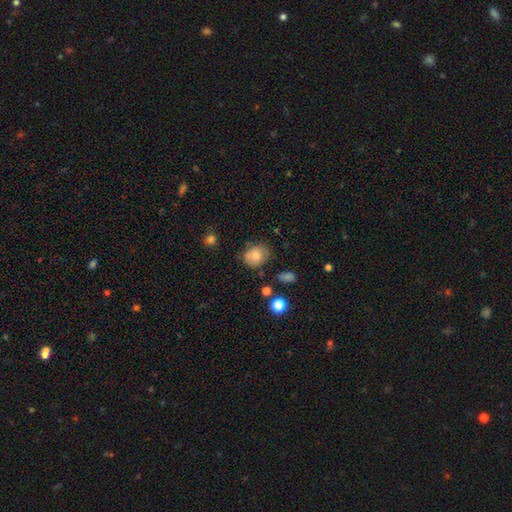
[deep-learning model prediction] The model was most divided on "how rounded": round: 62%, in between: 37%, cigar-shaped: 1%. More confident: smooth or featured — smooth (74%); merging — none (70%).